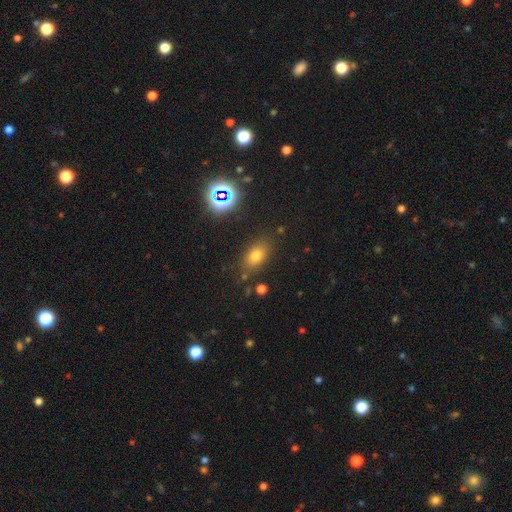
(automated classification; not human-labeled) smooth-or-featured: smooth: 71% | star or artifact: 18% | featured or disk: 11%
  how-rounded: in between: 81% | round: 15% | cigar-shaped: 4%
  merging: none: 80% | minor disturbance: 12% | major disturbance: 4% | merger: 4%